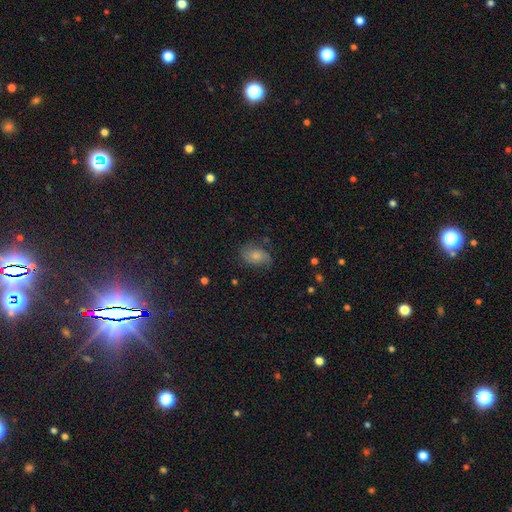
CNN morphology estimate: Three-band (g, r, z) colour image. It shows a smooth galaxy with no disk features (59%) that is in between round and cigar-shaped (85%). Merging: none (65%).